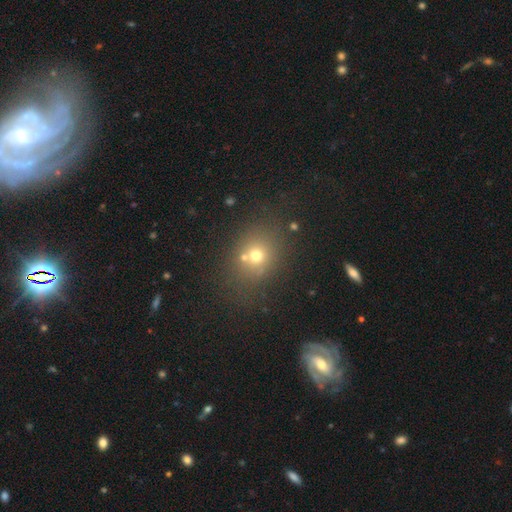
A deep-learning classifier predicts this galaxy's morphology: Smooth or featured: smooth — 64% (star or artifact — 21%)
How rounded: round — 66% (in between — 33%)
Merging: none — 67% (merger — 16%)